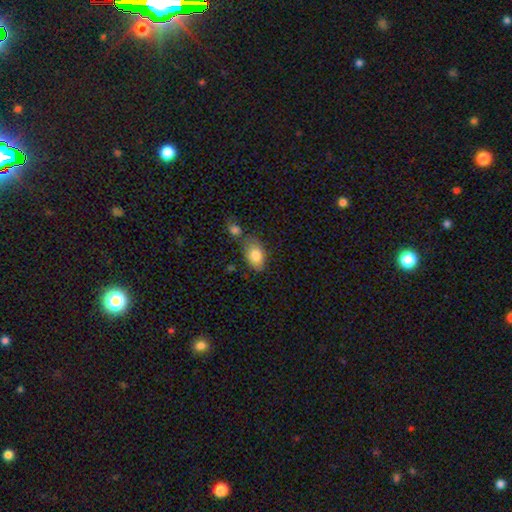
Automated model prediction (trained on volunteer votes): Smooth or featured?
  - smooth: 81% *
  - featured or disk: 12%
  - star or artifact: 7%
How rounded?
  - in between: 88% *
  - round: 10%
  - cigar-shaped: 1%
Merging?
  - none: 62% *
  - minor disturbance: 17%
  - merger: 16%
  - major disturbance: 5%